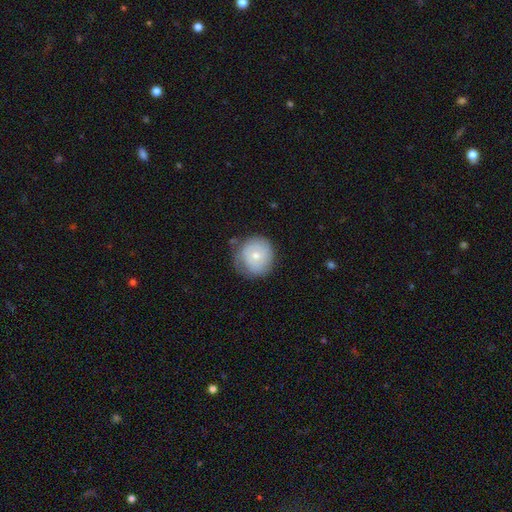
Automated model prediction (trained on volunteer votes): Overall: smooth (47%; featured or disk 46%). Merging: none (66%).